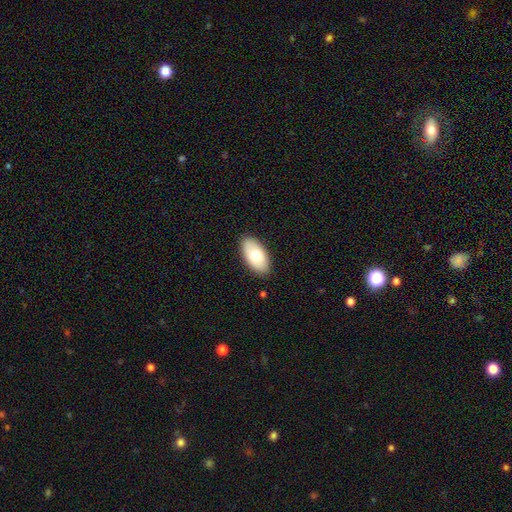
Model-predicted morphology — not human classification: The model was most divided on "smooth or featured": smooth: 71%, featured or disk: 23%, star or artifact: 6%. More confident: how rounded — in between (95%); merging — none (87%).